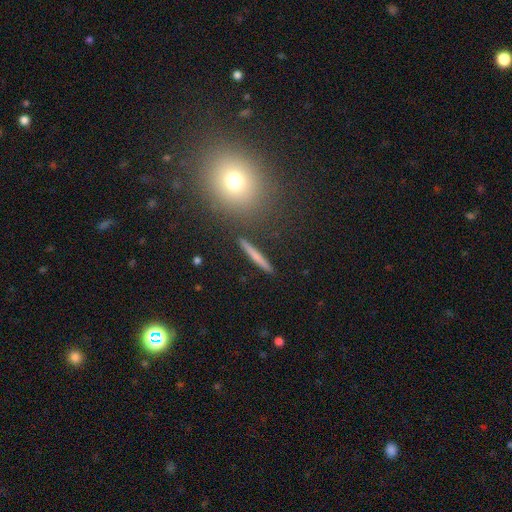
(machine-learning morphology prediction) Q: Smooth or featured?
A: smooth (63%); runner-up: featured or disk (29%)
Q: How rounded?
A: cigar-shaped (91%); runner-up: in between (4%)
Q: Merging?
A: none (90%); runner-up: minor disturbance (6%)